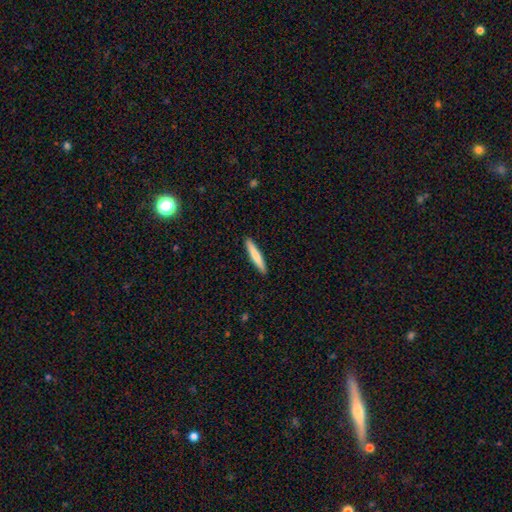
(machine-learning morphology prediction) Smooth or featured? Predicted: smooth (p=0.71). How rounded? Predicted: cigar-shaped (p=0.93). Merging? Predicted: none (p=0.92).